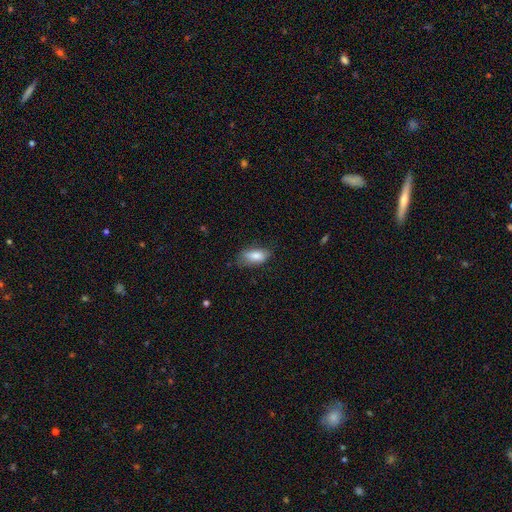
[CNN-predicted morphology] Smooth or featured? Predicted: smooth (p=0.81). How rounded? Predicted: in between (p=0.87). Merging? Predicted: none (p=0.65).